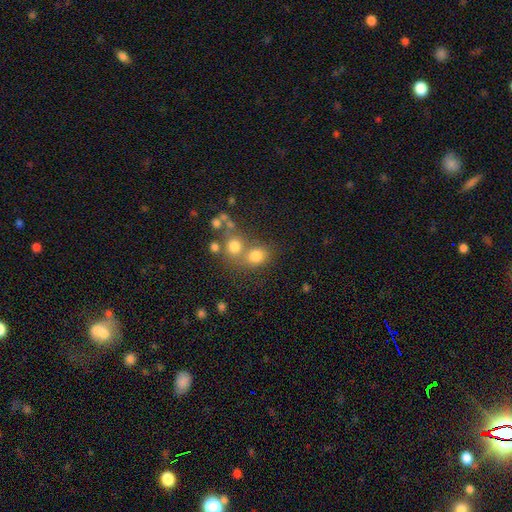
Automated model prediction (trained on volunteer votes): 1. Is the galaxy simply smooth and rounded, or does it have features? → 74% smooth, 14% star or artifact, 12% featured or disk.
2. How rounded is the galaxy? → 70% round, 29% in between, 1% cigar-shaped.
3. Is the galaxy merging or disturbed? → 47% none, 39% merger, 9% minor disturbance, 5% major disturbance.